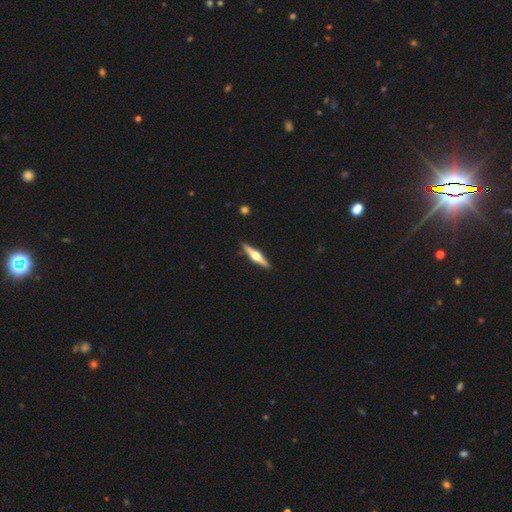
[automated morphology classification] featured or disk 73%, smooth 22%, star or artifact 5%. Down the decision tree: edge-on disk — yes (98%); edge-on bulge — rounded (95%); merging — none (92%).